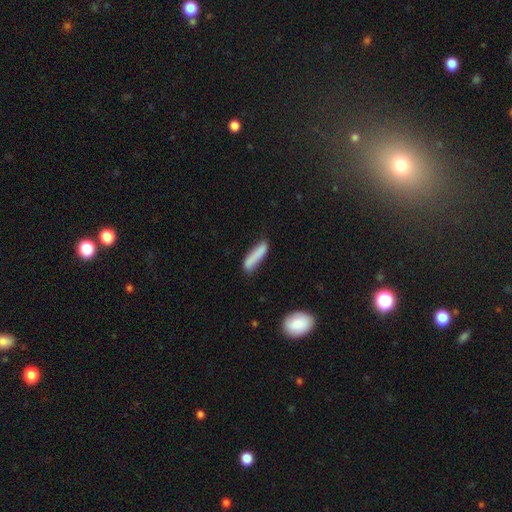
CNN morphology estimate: Smooth or featured?
  - smooth: 80% *
  - featured or disk: 14%
  - star or artifact: 7%
How rounded?
  - cigar-shaped: 82% *
  - in between: 17%
  - round: 2%
Merging?
  - none: 66% *
  - minor disturbance: 23%
  - major disturbance: 6%
  - merger: 5%